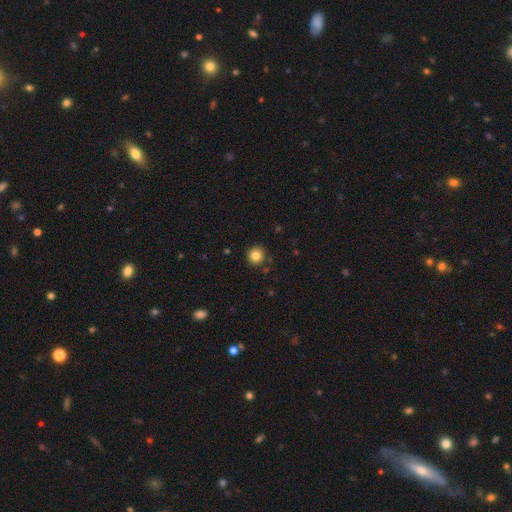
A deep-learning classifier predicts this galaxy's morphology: A smooth galaxy with no disk features (83%) that is round (94%). Merging: none (89%).